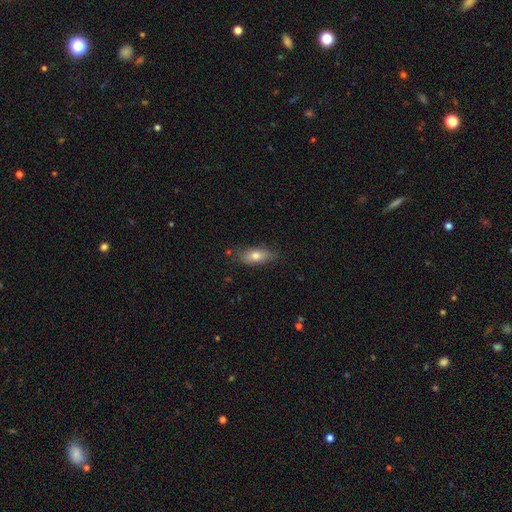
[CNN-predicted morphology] A smooth galaxy with no disk features (73%) that is in between round and cigar-shaped (76%). Merging: none (81%).